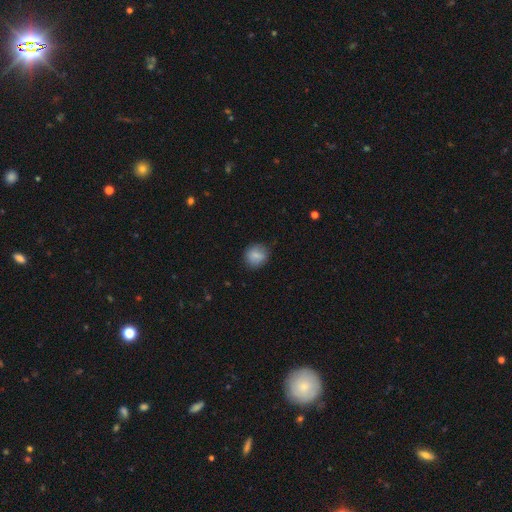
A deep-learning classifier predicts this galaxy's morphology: Smooth or featured?
  - smooth: 83% *
  - featured or disk: 9%
  - star or artifact: 8%
How rounded?
  - round: 79% *
  - in between: 20%
  - cigar-shaped: 1%
Merging?
  - none: 81% *
  - minor disturbance: 14%
  - major disturbance: 3%
  - merger: 1%